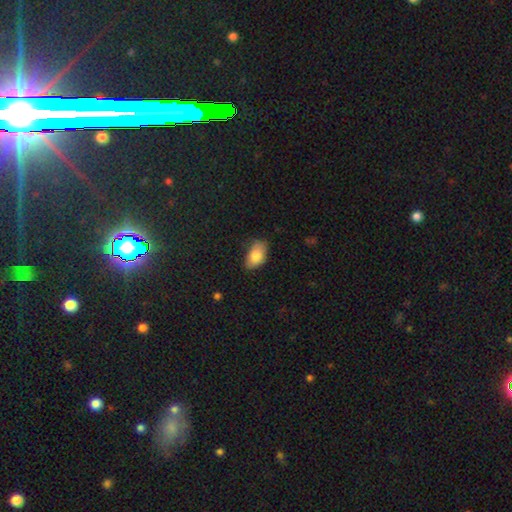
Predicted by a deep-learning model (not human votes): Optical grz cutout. It shows a smooth galaxy with no disk features (82%) that is in between round and cigar-shaped (92%). Merging: none (60%).